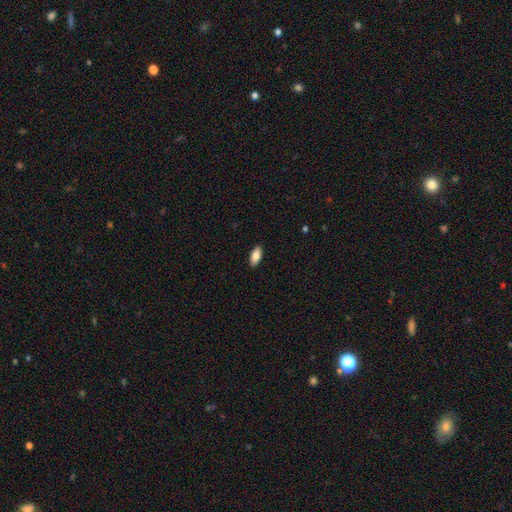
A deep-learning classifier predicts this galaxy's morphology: Smooth or featured? Predicted: smooth (p=0.83). How rounded? Predicted: in between (p=0.88). Merging? Predicted: none (p=0.90).